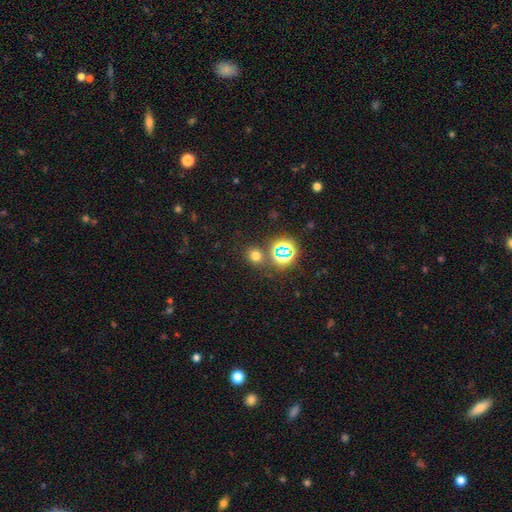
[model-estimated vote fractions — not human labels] Smooth or featured? Predicted: smooth (p=0.64). How rounded? Predicted: round (p=0.71). Merging? Predicted: none (p=0.80).